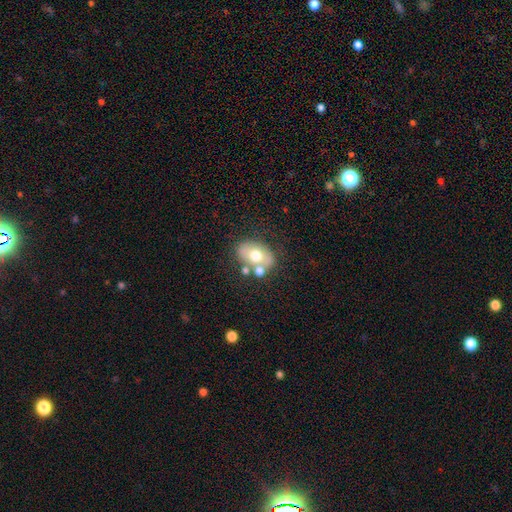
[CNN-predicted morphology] This appears to be a smooth galaxy with no disk features (59%) that is in between round and cigar-shaped (77%). Merging: none (61%).